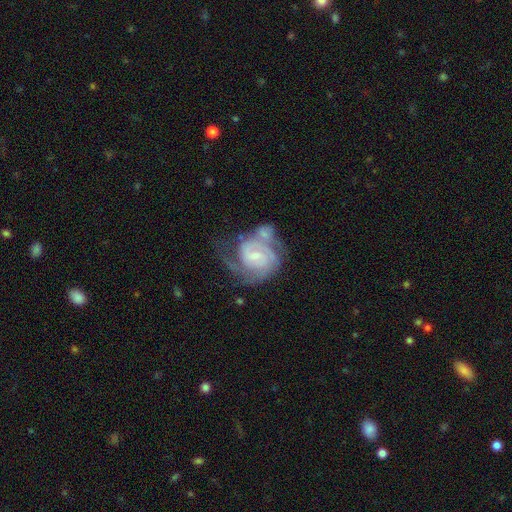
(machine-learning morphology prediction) Overall: featured or disk (82%). Edge-on disk: no (97%). Bar: weak (52%; no 38%). Spiral arms: yes (94%). Spiral arm count: 2 (47%; can't tell 24%). Spiral winding: tight (50%; medium 38%). Bulge size: small (60%; moderate 29%). Merging: none (32%; merger 27%).